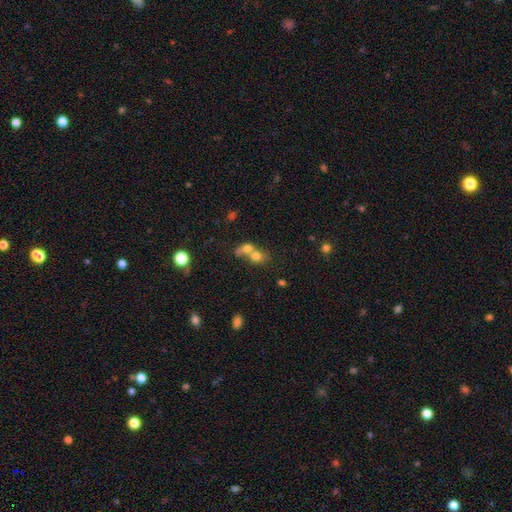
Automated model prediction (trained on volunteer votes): Q: Smooth or featured?
A: smooth (69%); runner-up: featured or disk (18%)
Q: How rounded?
A: round (65%); runner-up: in between (33%)
Q: Merging?
A: merger (67%); runner-up: none (23%)